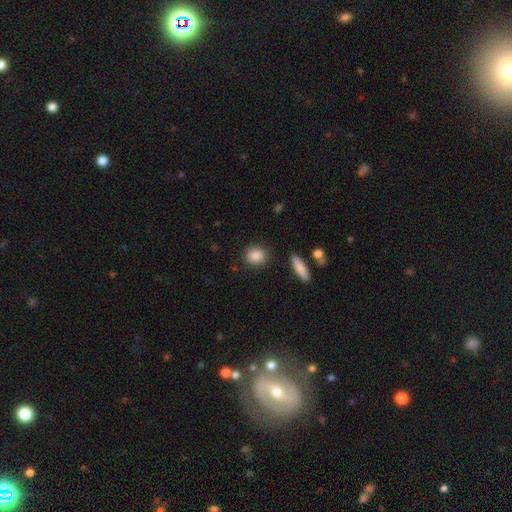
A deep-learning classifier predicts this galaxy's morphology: This appears to be a smooth galaxy with no disk features (88%) that is round (65%). Merging: none (87%).